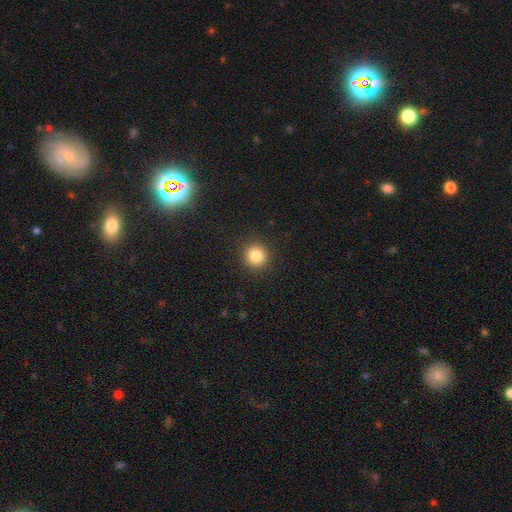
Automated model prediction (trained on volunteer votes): This is clearly a smooth galaxy (83%). How rounded: clearly round (93%). Merging: clearly none (91%).